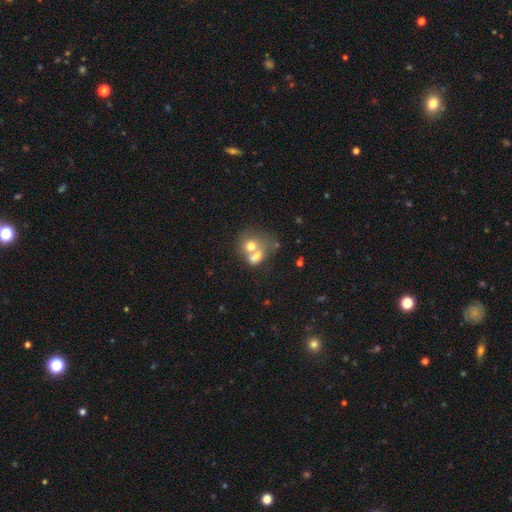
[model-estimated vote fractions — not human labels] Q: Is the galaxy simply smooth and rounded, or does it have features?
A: smooth — 62%.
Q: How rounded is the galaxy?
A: round — 58%.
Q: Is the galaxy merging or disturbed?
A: merger — 64%.